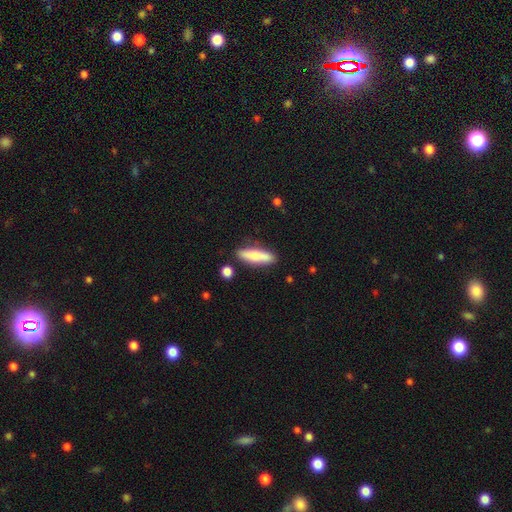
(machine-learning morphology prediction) Q: Smooth or featured?
A: smooth (72%); runner-up: featured or disk (22%)
Q: How rounded?
A: cigar-shaped (69%); runner-up: in between (29%)
Q: Merging?
A: none (82%); runner-up: minor disturbance (12%)